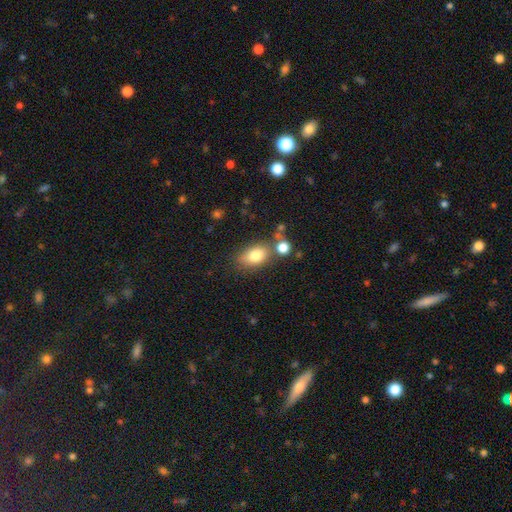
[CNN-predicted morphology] Smooth or featured?
  - smooth: 80% *
  - featured or disk: 11%
  - star or artifact: 9%
How rounded?
  - in between: 81% *
  - round: 17%
  - cigar-shaped: 2%
Merging?
  - none: 64% *
  - minor disturbance: 15%
  - merger: 15%
  - major disturbance: 5%